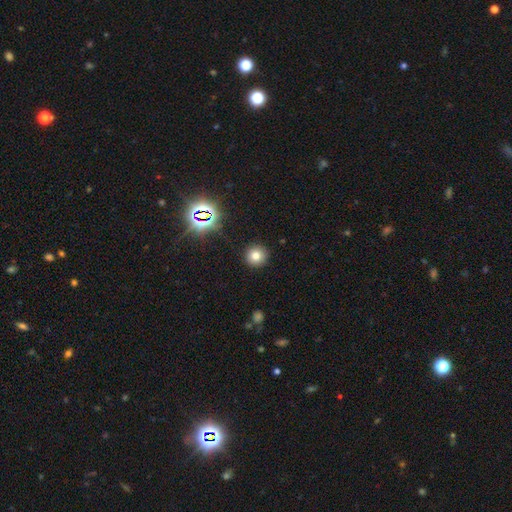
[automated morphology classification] smooth-or-featured: smooth: 74% | star or artifact: 18% | featured or disk: 8%
  how-rounded: round: 94% | in between: 5% | cigar-shaped: 1%
  merging: none: 91% | minor disturbance: 6% | major disturbance: 2% | merger: 1%